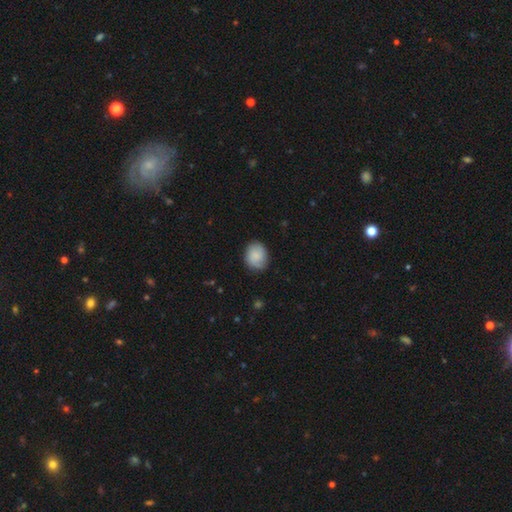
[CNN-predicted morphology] This is likely a smooth galaxy (79%). How rounded: likely round (65%). Merging: likely none (77%).